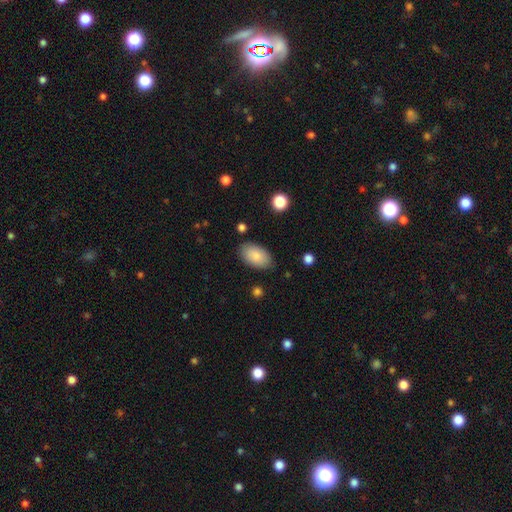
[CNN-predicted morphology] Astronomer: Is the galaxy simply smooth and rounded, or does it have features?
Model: smooth — 83%.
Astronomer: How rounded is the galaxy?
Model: in between — 94%.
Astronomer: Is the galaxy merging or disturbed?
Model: none — 82%.